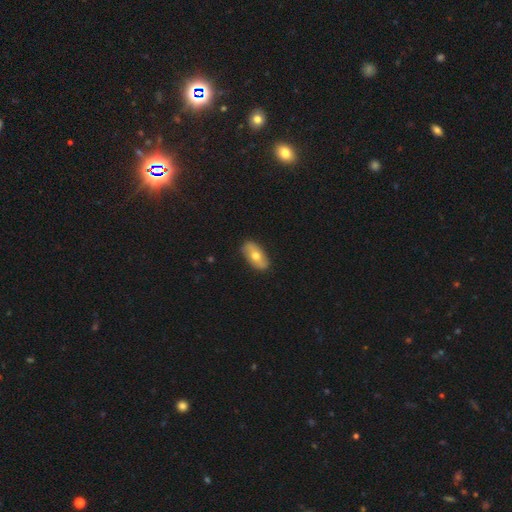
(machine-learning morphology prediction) Smooth or featured: smooth — 58% (featured or disk — 36%)
How rounded: in between — 91% (cigar-shaped — 5%)
Merging: none — 84% (minor disturbance — 12%)